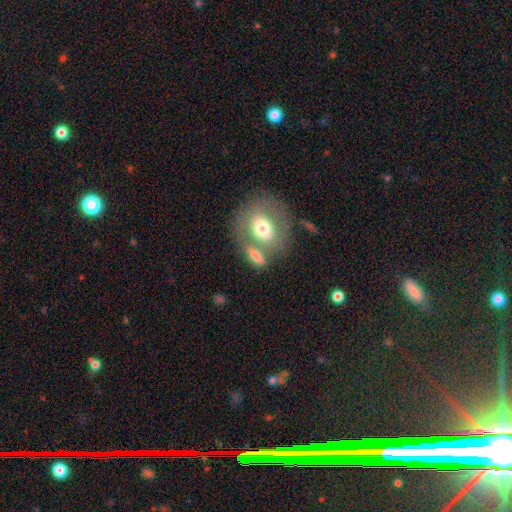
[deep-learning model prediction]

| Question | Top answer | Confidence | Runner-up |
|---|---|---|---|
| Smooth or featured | smooth | 70% | featured or disk (23%) |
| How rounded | in between | 66% | round (26%) |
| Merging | none | 46% | merger (35%) |